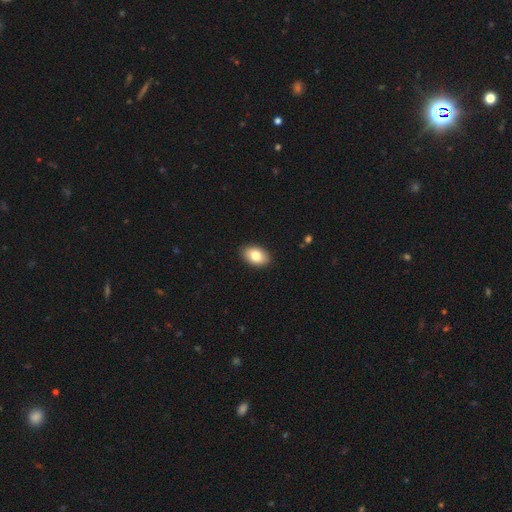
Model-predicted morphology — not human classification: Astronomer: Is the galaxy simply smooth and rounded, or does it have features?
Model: smooth — 82%.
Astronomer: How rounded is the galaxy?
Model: in between — 90%.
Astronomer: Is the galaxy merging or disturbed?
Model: none — 90%.